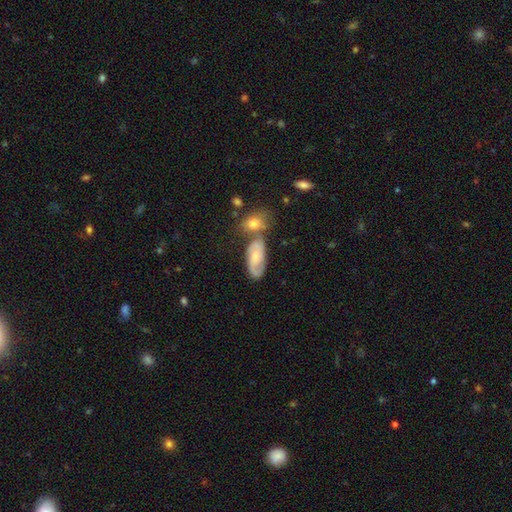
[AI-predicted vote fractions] smooth-or-featured: featured or disk: 56% | smooth: 36% | star or artifact: 8%
  disk-edge-on: no: 91% | yes: 9%
    bar: no: 62% | weak: 32% | strong: 6%
    has-spiral-arms: yes: 85% | no: 15%
    bulge-size: small: 41% | moderate: 32% | none: 18% | large: 6% | dominant: 2%
  merging: none: 49% | merger: 26% | minor disturbance: 17% | major disturbance: 7%